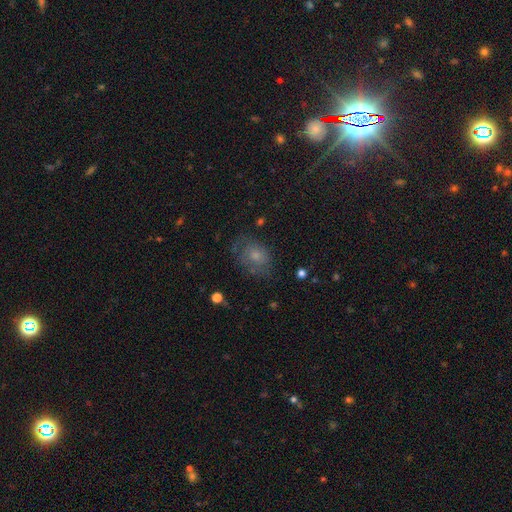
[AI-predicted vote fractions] Morphology: type=smooth (60%); roundness=in between (65%); merging=none (60%).